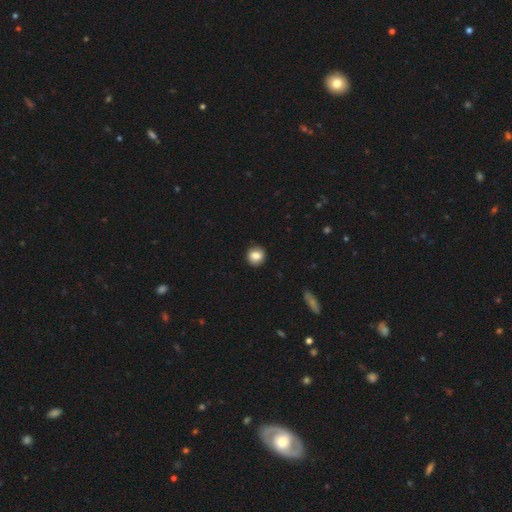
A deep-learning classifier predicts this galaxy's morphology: A smooth galaxy with no disk features (81%) that is round (85%).

Vote fractions:
- Smooth or featured? smooth: 81% / featured or disk: 10% / star or artifact: 9%
- How rounded? round: 85% / in between: 14% / cigar-shaped: 1%
- Merging? none: 89% / minor disturbance: 8% / major disturbance: 2% / merger: 1%